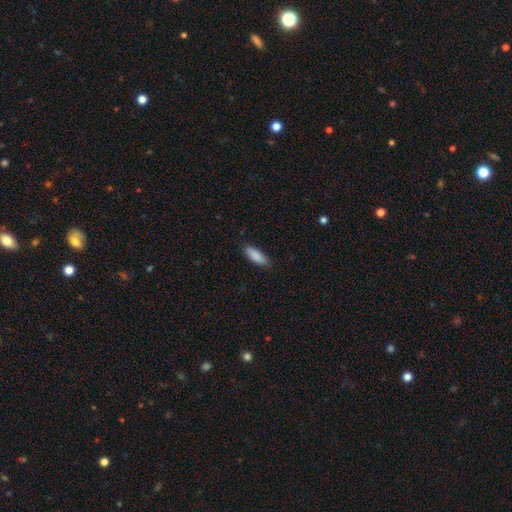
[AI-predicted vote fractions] The model was most divided on "how rounded": in between: 67%, cigar-shaped: 31%, round: 2%. More confident: smooth or featured — smooth (89%); merging — none (86%).